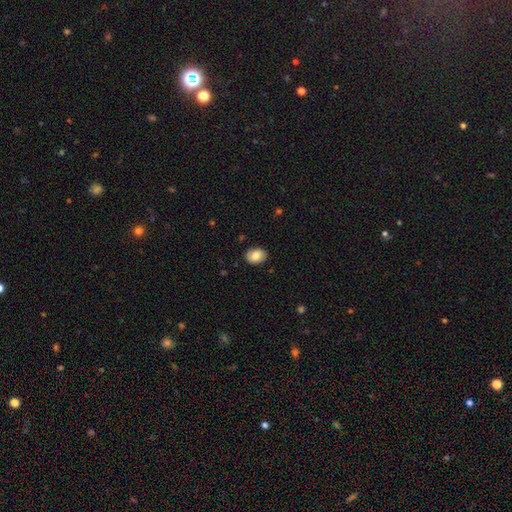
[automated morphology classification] The model was most divided on "how rounded": in between: 71%, round: 28%, cigar-shaped: 1%. More confident: merging — none (87%); smooth or featured — smooth (81%).